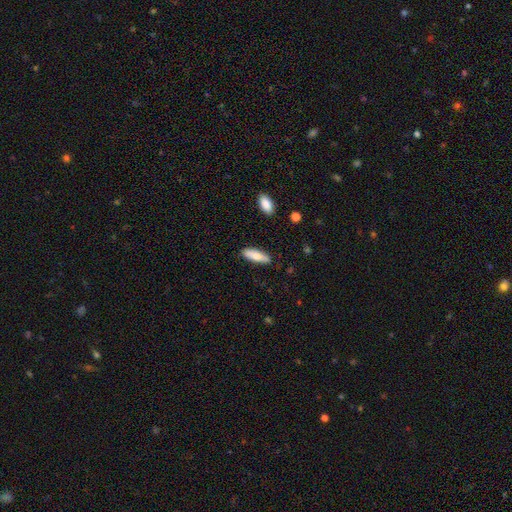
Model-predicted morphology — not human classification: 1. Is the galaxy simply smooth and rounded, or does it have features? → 79% smooth, 16% featured or disk, 6% star or artifact.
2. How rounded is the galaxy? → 51% in between, 47% cigar-shaped, 2% round.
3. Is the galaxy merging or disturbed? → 87% none, 10% minor disturbance, 2% major disturbance, 2% merger.